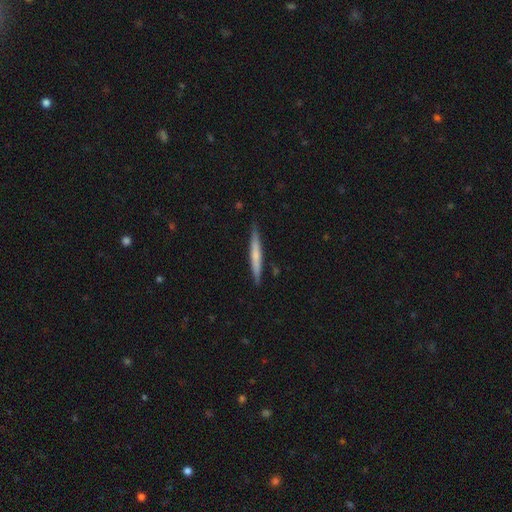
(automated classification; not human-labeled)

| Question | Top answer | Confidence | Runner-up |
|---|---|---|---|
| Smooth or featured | smooth | 54% | featured or disk (41%) |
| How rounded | cigar-shaped | 96% | in between (3%) |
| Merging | none | 88% | minor disturbance (9%) |